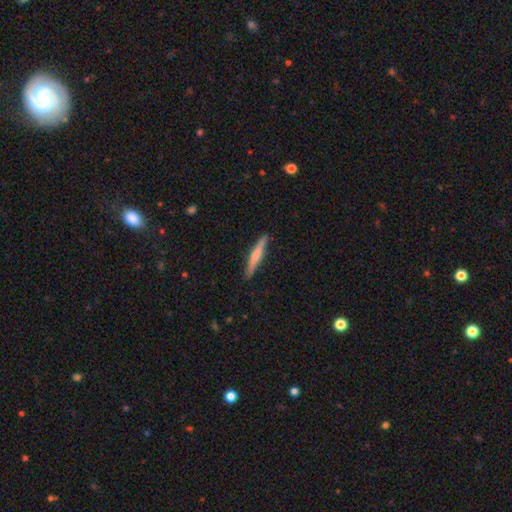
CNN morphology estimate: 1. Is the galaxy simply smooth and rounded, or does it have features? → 47% smooth (tied), 47% featured or disk (tied), 6% star or artifact.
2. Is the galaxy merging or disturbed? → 90% none, 7% minor disturbance, 2% major disturbance, 1% merger.